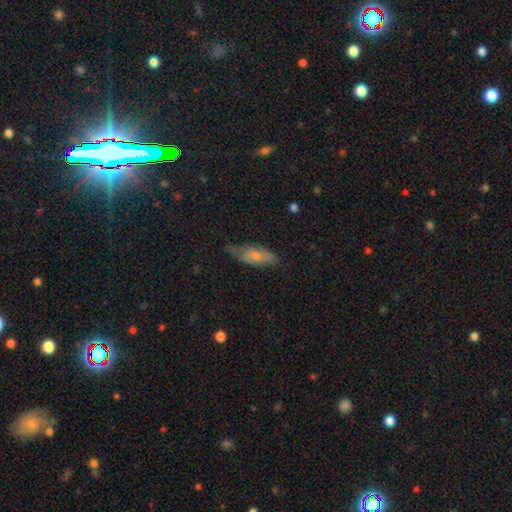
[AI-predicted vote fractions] smooth-or-featured: smooth: 61% | featured or disk: 32% | star or artifact: 7%
  how-rounded: in between: 67% | cigar-shaped: 30% | round: 3%
  merging: none: 56% | minor disturbance: 32% | major disturbance: 10% | merger: 2%